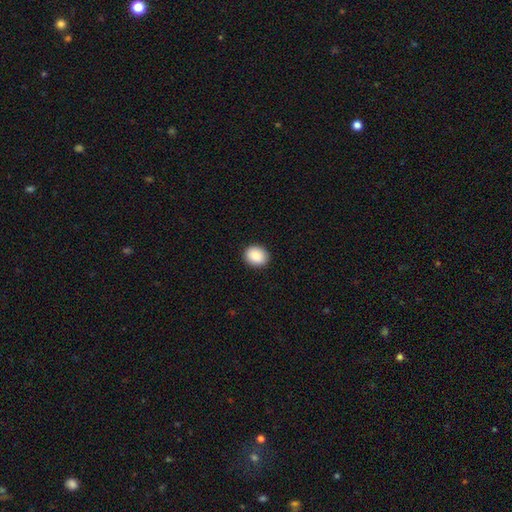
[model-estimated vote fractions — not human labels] A smooth galaxy with no disk features (89%) that is round (57%). Merging: none (91%).